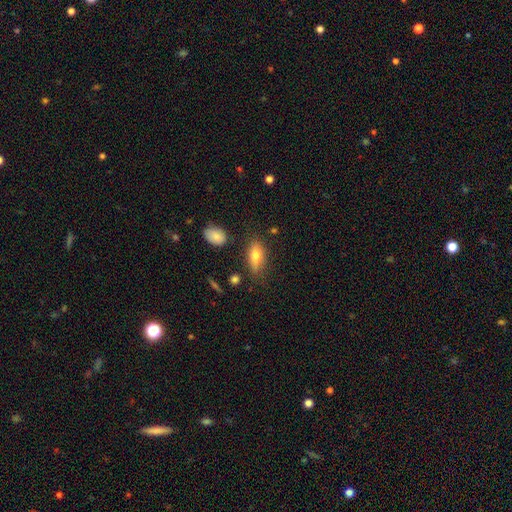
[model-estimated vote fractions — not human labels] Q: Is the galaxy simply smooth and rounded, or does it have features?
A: smooth — 67%.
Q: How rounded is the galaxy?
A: in between — 79%.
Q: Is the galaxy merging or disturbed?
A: none — 75%.